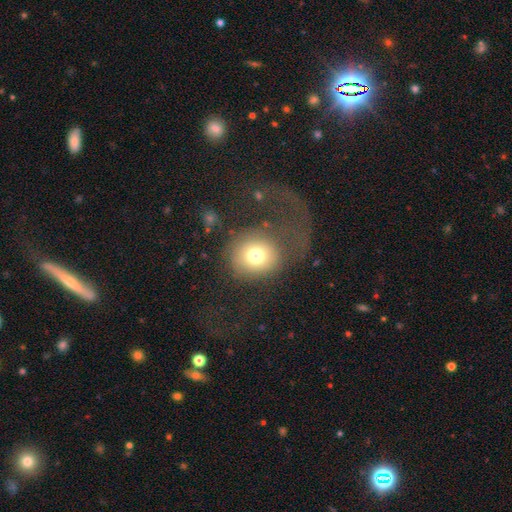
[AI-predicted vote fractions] smooth-or-featured: smooth: 73% | featured or disk: 16% | star or artifact: 12%
  how-rounded: round: 83% | in between: 16% | cigar-shaped: 1%
  merging: none: 43% | major disturbance: 40% | minor disturbance: 14% | merger: 3%